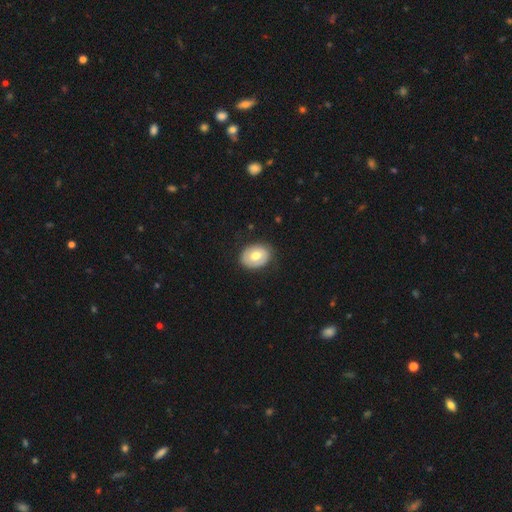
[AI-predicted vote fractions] Morphology: type=smooth (66%); roundness=in between (65%); merging=none (82%).